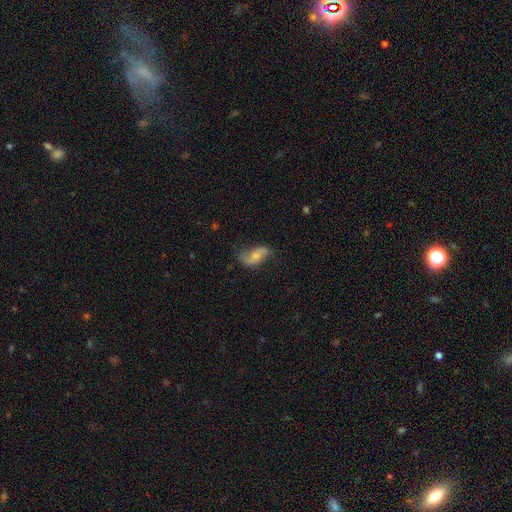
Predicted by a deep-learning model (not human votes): Morphology: type=featured or disk (64%); edge-on=no (94%); bar=no (53%); spiral arms=yes (90%); winding=loose (79%); arm count=2 (89%); bulge=moderate (45%); merging=none (67%).